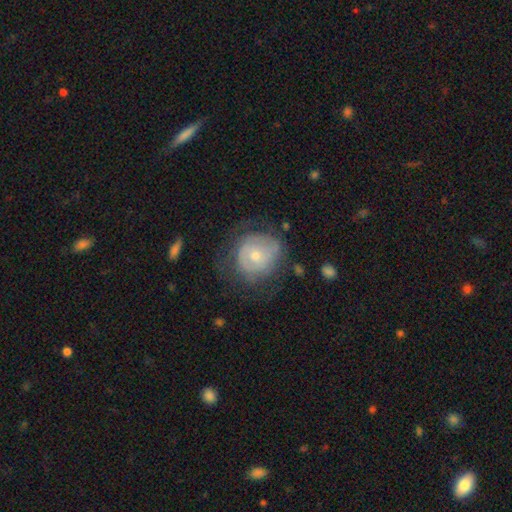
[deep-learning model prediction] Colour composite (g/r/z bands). It shows a featured or disk galaxy (51%). Merging: none (56%).